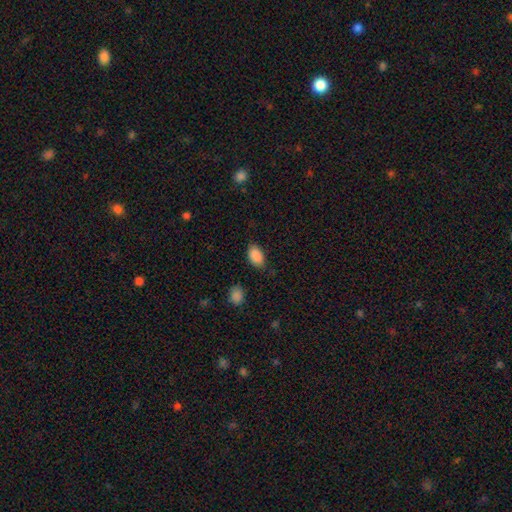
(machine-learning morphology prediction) A smooth galaxy with no disk features (89%) that is in between round and cigar-shaped (91%). Merging: none (80%).